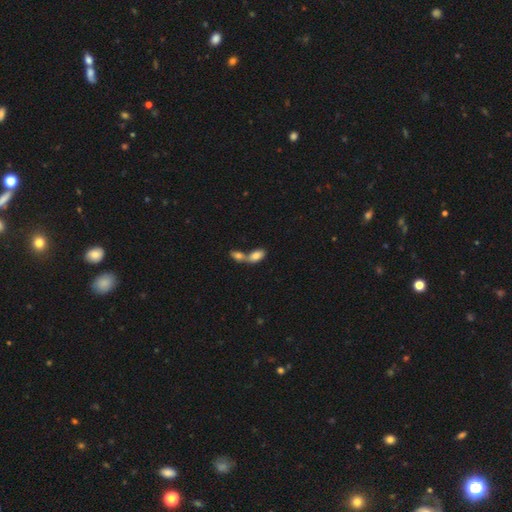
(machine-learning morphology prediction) A smooth galaxy with no disk features (81%) that is in between round and cigar-shaped (90%). Merging: merger (68%).